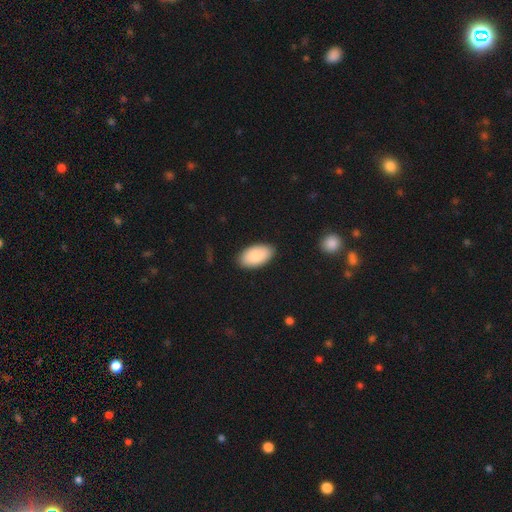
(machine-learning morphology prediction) Smooth or featured? Predicted: smooth (p=0.89). How rounded? Predicted: in between (p=0.96). Merging? Predicted: none (p=0.87).